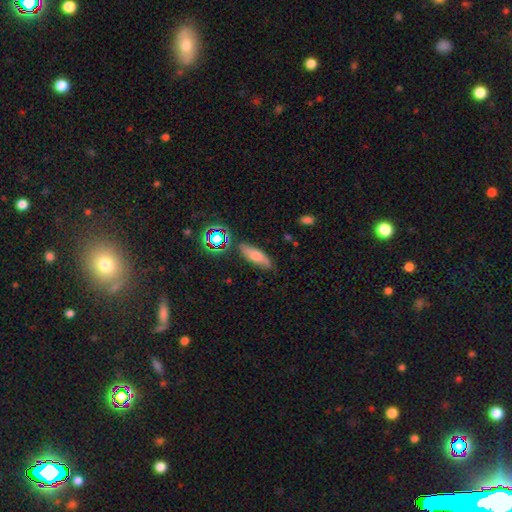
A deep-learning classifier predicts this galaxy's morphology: This is possibly a smooth galaxy (60%). How rounded: possibly in between (52%). Merging: likely none (77%).